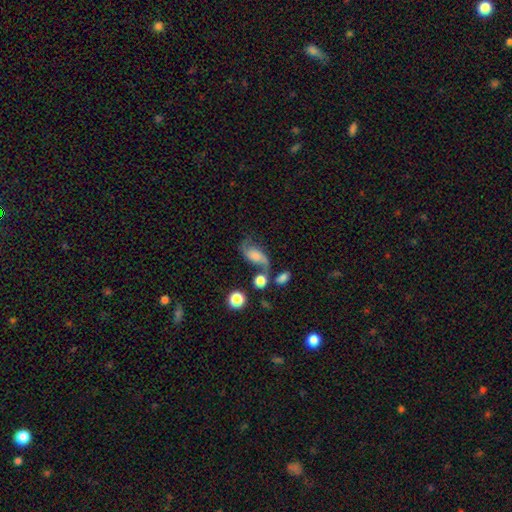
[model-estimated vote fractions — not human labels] Morphology: type=featured or disk (62%); edge-on=no (95%); bar=no (61%); spiral arms=yes (90%); winding=loose (75%); arm count=2 (86%); bulge=none (36%); merging=none (42%).